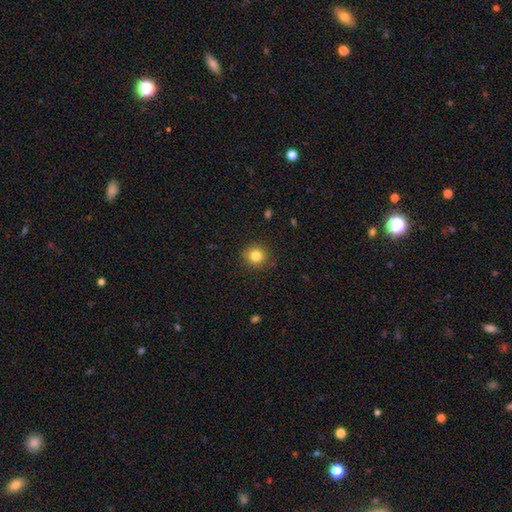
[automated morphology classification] Smooth or featured? Predicted: smooth (p=0.82). How rounded? Predicted: round (p=0.91). Merging? Predicted: none (p=0.88).